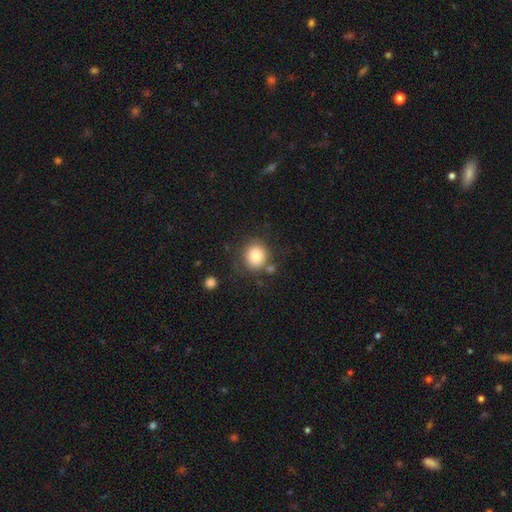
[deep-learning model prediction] A smooth galaxy with no disk features (84%) that is round (84%).

Vote fractions:
- Smooth or featured? smooth: 84% / star or artifact: 9% / featured or disk: 7%
- How rounded? round: 84% / in between: 15% / cigar-shaped: 1%
- Merging? none: 75% / minor disturbance: 13% / merger: 7% / major disturbance: 5%